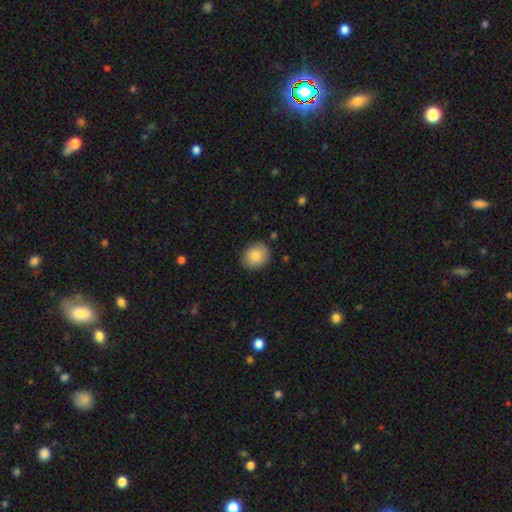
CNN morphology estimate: Smooth or featured: smooth — 83% (featured or disk — 10%)
How rounded: round — 61% (in between — 38%)
Merging: none — 84% (minor disturbance — 12%)